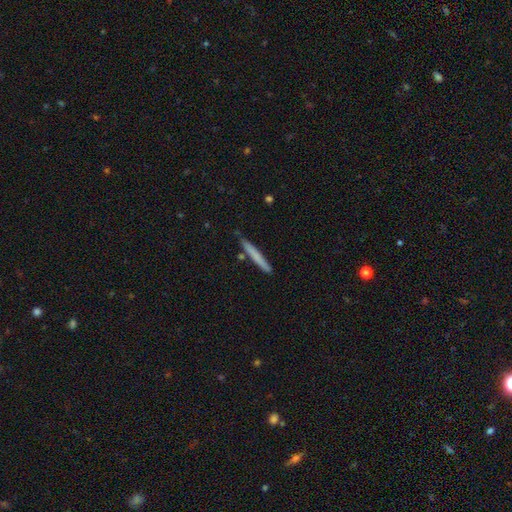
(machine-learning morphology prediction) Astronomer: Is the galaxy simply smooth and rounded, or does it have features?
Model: smooth — 68%.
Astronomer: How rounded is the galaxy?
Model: cigar-shaped — 96%.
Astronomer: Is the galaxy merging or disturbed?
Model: none — 85%.